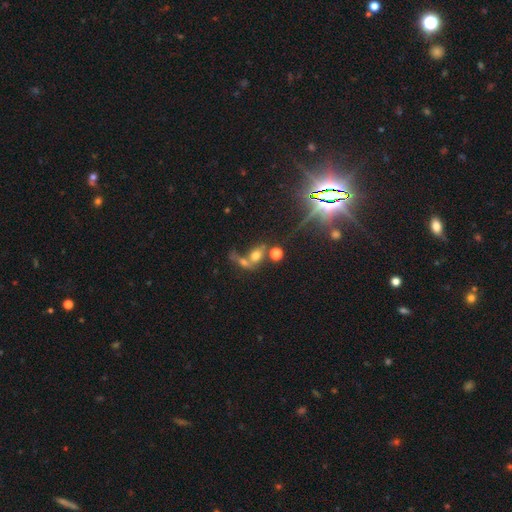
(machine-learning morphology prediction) smooth 57%, star or artifact 24%, featured or disk 20%. Down the decision tree: how rounded — in between (62%); merging — merger (52%).